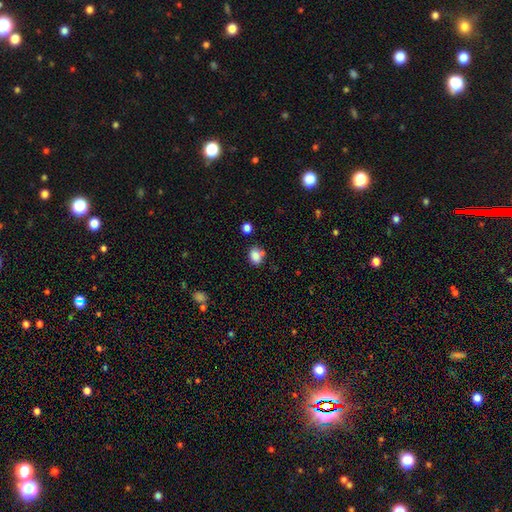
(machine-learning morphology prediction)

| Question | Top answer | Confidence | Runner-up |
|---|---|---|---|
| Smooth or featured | smooth | 83% | star or artifact (10%) |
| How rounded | in between | 63% | round (36%) |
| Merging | none | 62% | minor disturbance (17%) |